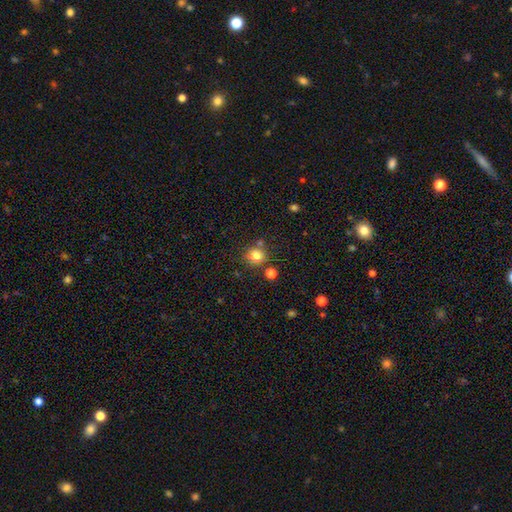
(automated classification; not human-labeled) Overall: smooth (80%). How rounded: round (81%). Merging: none (72%).